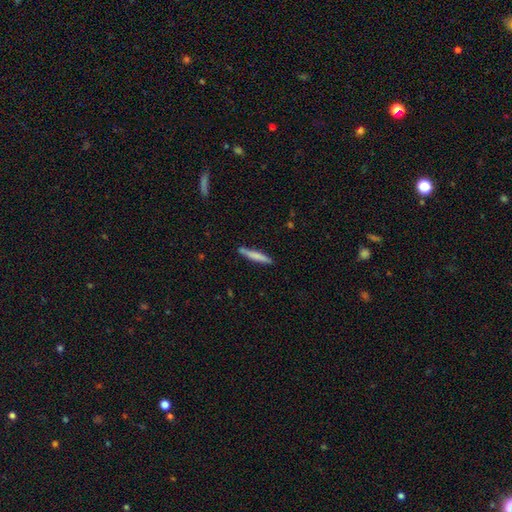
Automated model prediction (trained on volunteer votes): smooth-or-featured: smooth: 74% | featured or disk: 21% | star or artifact: 6%
  how-rounded: cigar-shaped: 93% | in between: 5% | round: 1%
  merging: none: 83% | minor disturbance: 12% | merger: 3% | major disturbance: 2%